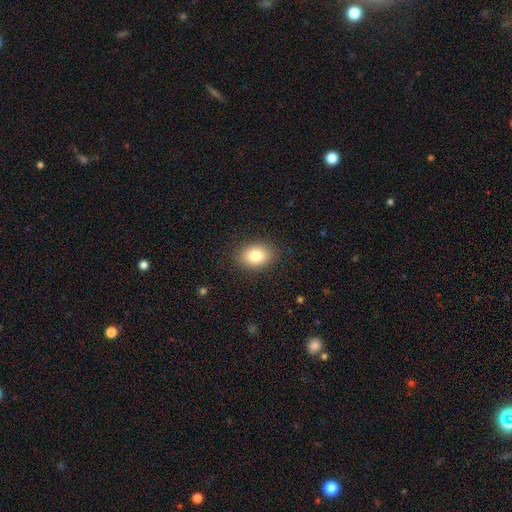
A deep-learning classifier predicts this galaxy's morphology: Q: Smooth or featured?
A: smooth (83%); runner-up: star or artifact (9%)
Q: How rounded?
A: in between (69%); runner-up: round (30%)
Q: Merging?
A: none (87%); runner-up: minor disturbance (9%)